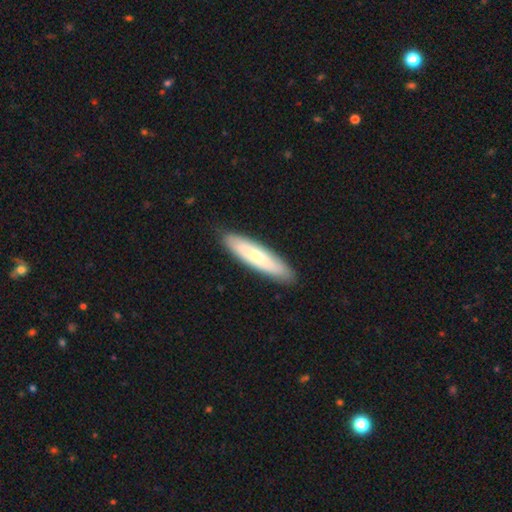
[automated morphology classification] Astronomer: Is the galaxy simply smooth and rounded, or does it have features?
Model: smooth — 62%.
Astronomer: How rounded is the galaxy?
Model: cigar-shaped — 81%.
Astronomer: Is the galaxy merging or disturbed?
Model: none — 90%.